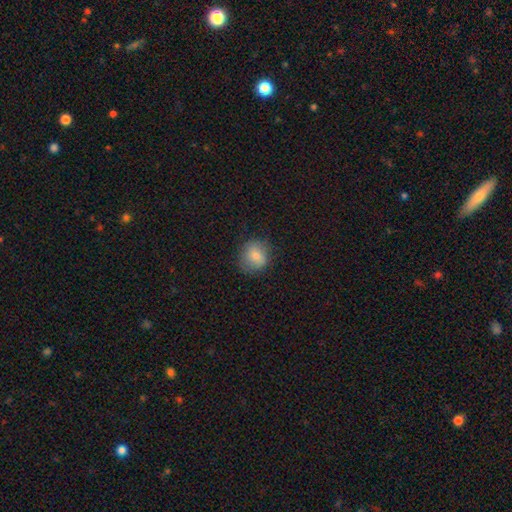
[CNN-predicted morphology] smooth-or-featured: smooth: 78% | featured or disk: 13% | star or artifact: 9%
  how-rounded: round: 79% | in between: 20% | cigar-shaped: 1%
  merging: none: 79% | minor disturbance: 16% | major disturbance: 5% | merger: 1%